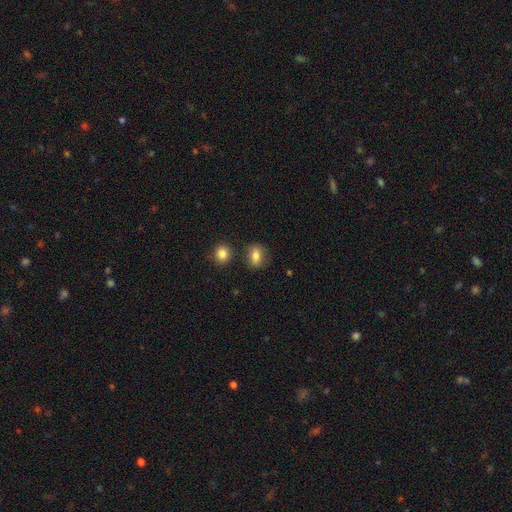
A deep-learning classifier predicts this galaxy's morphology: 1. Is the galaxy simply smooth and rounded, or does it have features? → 80% smooth, 10% featured or disk, 10% star or artifact.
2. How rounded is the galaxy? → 61% in between, 36% round, 3% cigar-shaped.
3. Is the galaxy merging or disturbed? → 76% none, 14% minor disturbance, 7% merger, 4% major disturbance.